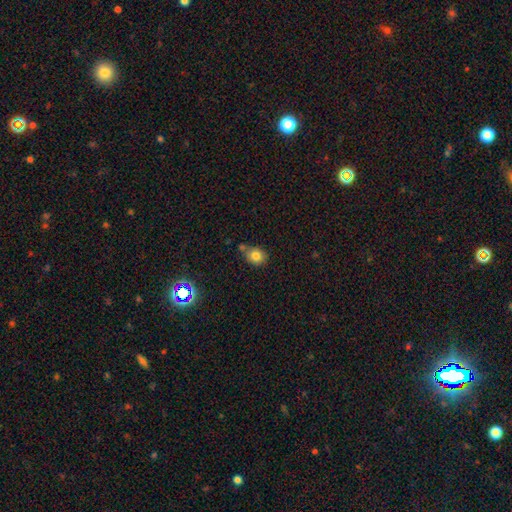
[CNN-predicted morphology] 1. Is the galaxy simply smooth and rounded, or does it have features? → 79% smooth, 12% star or artifact, 9% featured or disk.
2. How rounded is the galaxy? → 62% round, 37% in between, 1% cigar-shaped.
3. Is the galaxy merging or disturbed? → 62% none, 18% minor disturbance, 16% merger, 4% major disturbance.